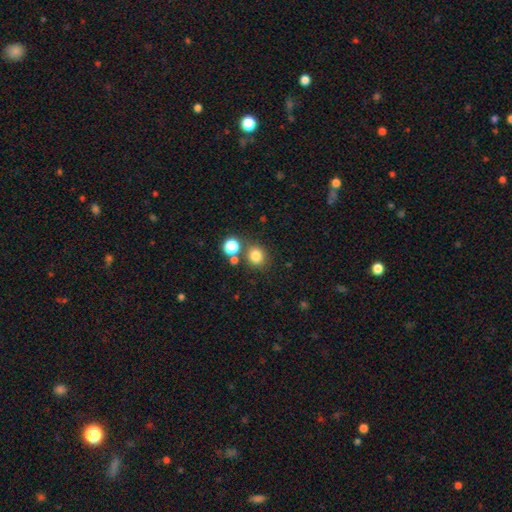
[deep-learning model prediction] Smooth or featured: smooth — 80% (star or artifact — 14%)
How rounded: round — 81% (in between — 18%)
Merging: none — 74% (merger — 13%)